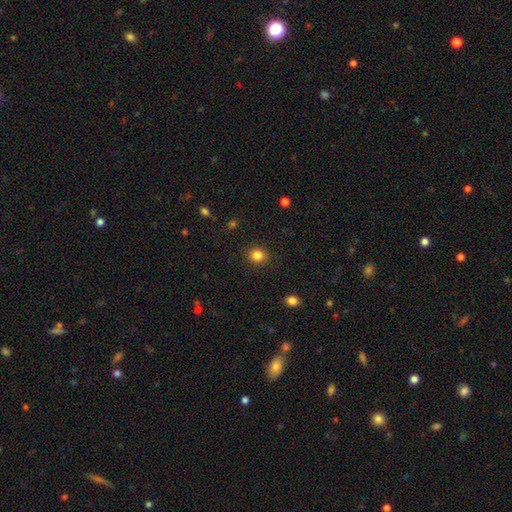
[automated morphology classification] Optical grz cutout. It shows a smooth galaxy with no disk features (84%) that is round (83%). Merging: none (90%).